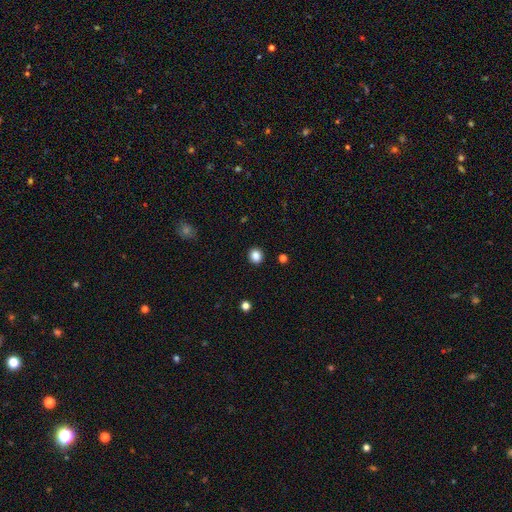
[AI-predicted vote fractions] Q: Smooth or featured?
A: smooth (86%); runner-up: star or artifact (11%)
Q: How rounded?
A: round (79%); runner-up: in between (20%)
Q: Merging?
A: none (91%); runner-up: minor disturbance (6%)